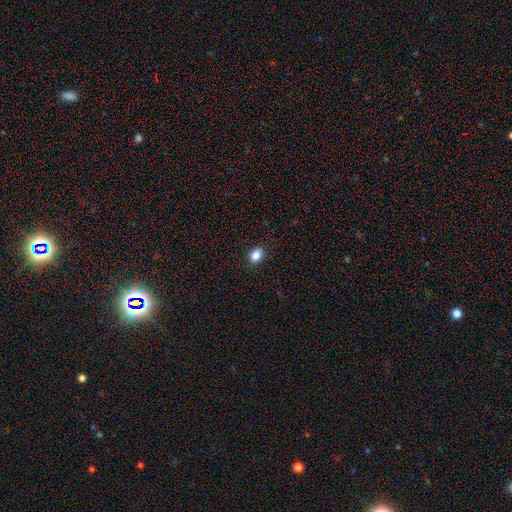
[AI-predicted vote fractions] smooth_or_featured: smooth (p=0.85) [alt: star or artifact p=0.10]
how_rounded: in between (p=0.64) [alt: round p=0.35]
merging: none (p=0.90) [alt: minor disturbance p=0.07]